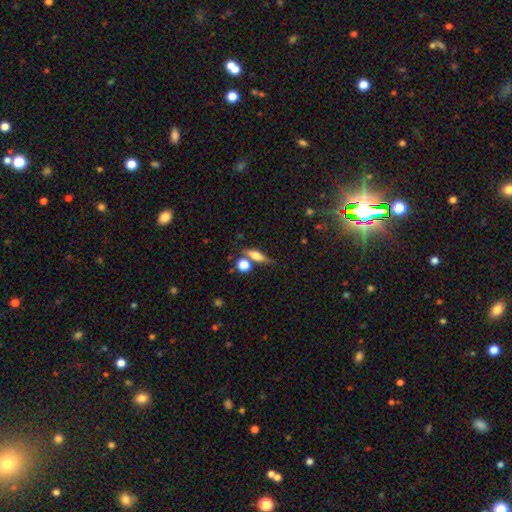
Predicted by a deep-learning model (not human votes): This appears to be a smooth galaxy with no disk features (48%). Merging: none (66%).